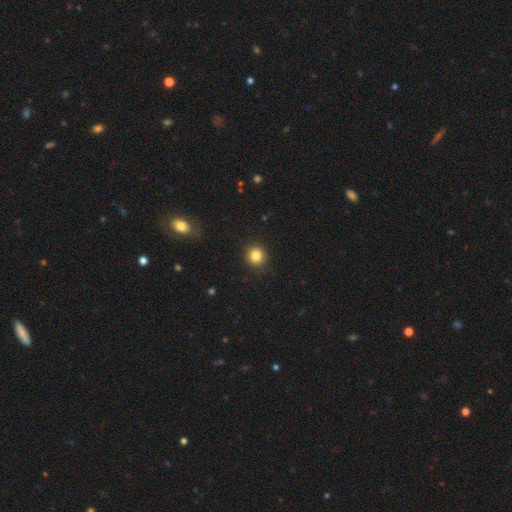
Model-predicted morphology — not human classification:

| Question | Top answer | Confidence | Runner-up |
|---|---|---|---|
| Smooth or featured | smooth | 84% | star or artifact (11%) |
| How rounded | round | 87% | in between (12%) |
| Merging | none | 90% | minor disturbance (7%) |